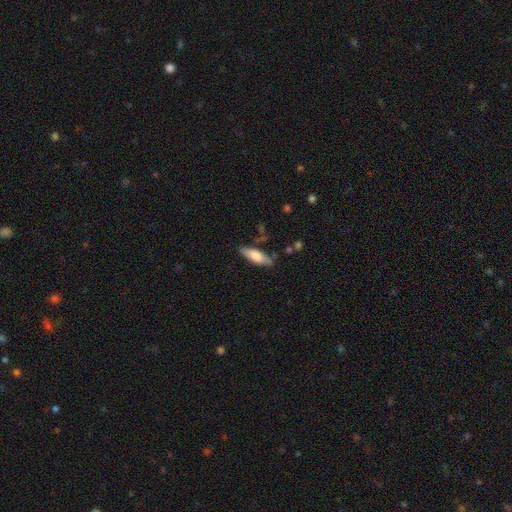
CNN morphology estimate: Q: Smooth or featured?
A: smooth (74%); runner-up: featured or disk (21%)
Q: How rounded?
A: in between (58%); runner-up: cigar-shaped (40%)
Q: Merging?
A: none (77%); runner-up: minor disturbance (16%)